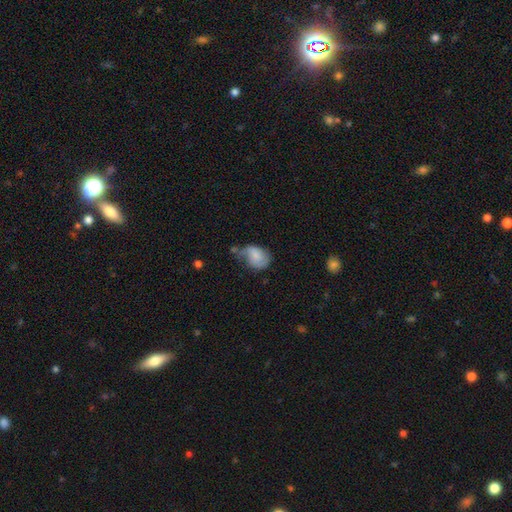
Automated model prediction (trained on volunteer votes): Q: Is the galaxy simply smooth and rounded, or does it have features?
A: smooth — 62%.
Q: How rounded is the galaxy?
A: in between — 71%.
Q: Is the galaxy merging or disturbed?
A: minor disturbance — 37%.